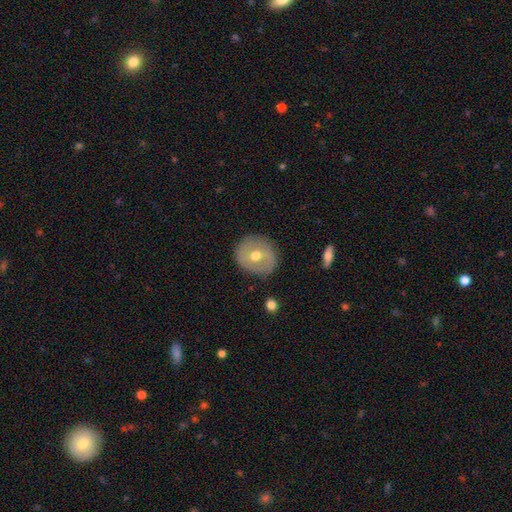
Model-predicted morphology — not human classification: smooth_or_featured: smooth (p=0.50) [alt: featured or disk p=0.43]
how_rounded: round (p=0.83) [alt: in between p=0.16]
merging: none (p=0.83) [alt: minor disturbance p=0.12]